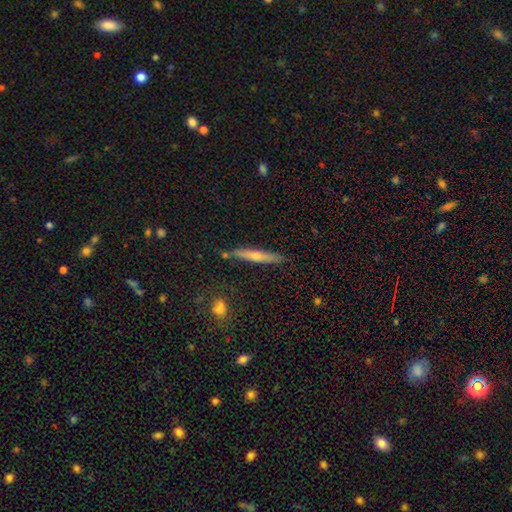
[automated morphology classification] A featured or disk galaxy (52%) viewed edge-on (93%).

Vote fractions:
- Smooth or featured? featured or disk: 52% / smooth: 39% / star or artifact: 8%
- Edge-on disk? yes: 93% / no: 7%
- Merging? none: 85% / minor disturbance: 10% / merger: 3% / major disturbance: 2%